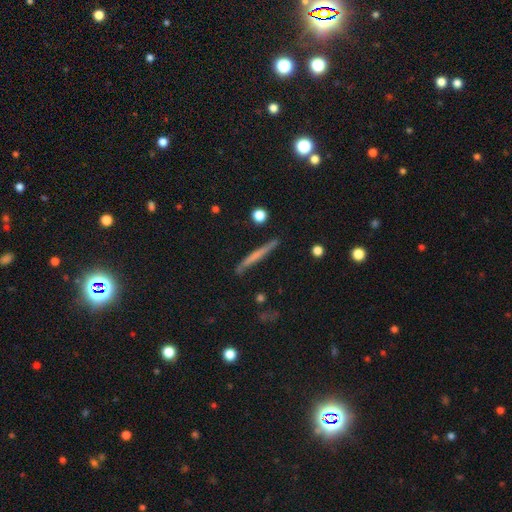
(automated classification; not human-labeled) smooth-or-featured: smooth: 50% | featured or disk: 43% | star or artifact: 7%
  how-rounded: cigar-shaped: 95% | in between: 3% | round: 2%
  merging: none: 87% | minor disturbance: 9% | major disturbance: 2% | merger: 2%